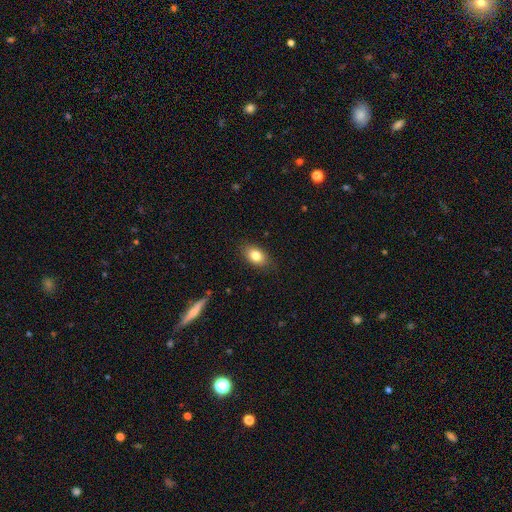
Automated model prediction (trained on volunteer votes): Q: Smooth or featured?
A: smooth (82%); runner-up: featured or disk (9%)
Q: How rounded?
A: in between (84%); runner-up: round (14%)
Q: Merging?
A: none (85%); runner-up: minor disturbance (11%)